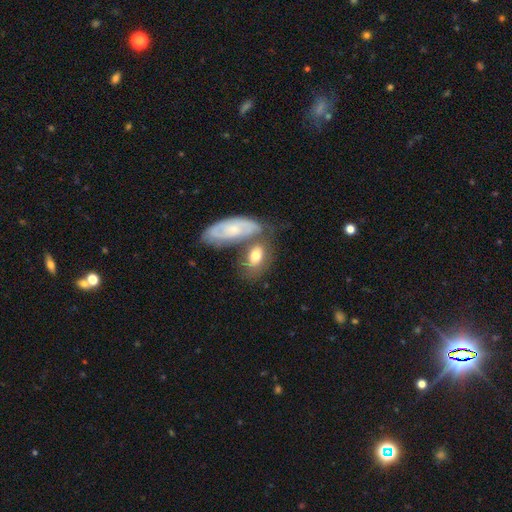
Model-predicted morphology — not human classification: The model was most divided on "merging": merger: 39%, none: 37%, minor disturbance: 17%, major disturbance: 8%. More confident: how rounded — in between (83%); smooth or featured — smooth (61%).